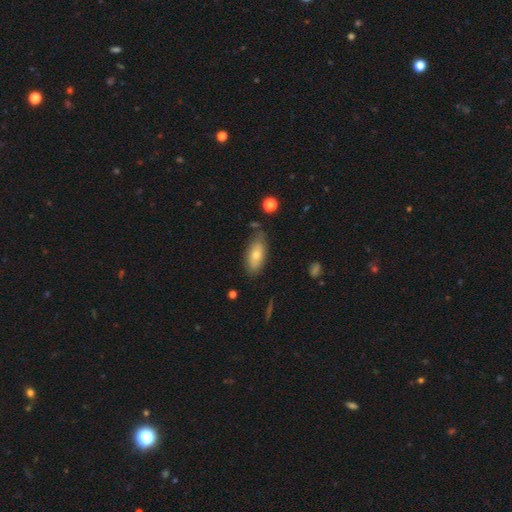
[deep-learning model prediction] smooth 68%, featured or disk 25%, star or artifact 8%. Down the decision tree: how rounded — in between (83%); merging — none (71%).